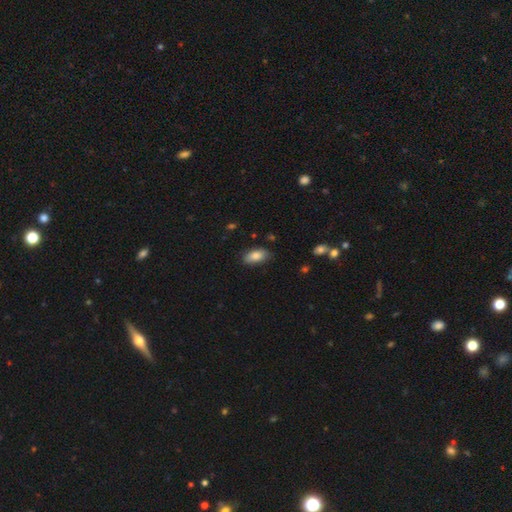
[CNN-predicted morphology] Smooth or featured? Predicted: smooth (p=0.83). How rounded? Predicted: in between (p=0.91). Merging? Predicted: none (p=0.79).